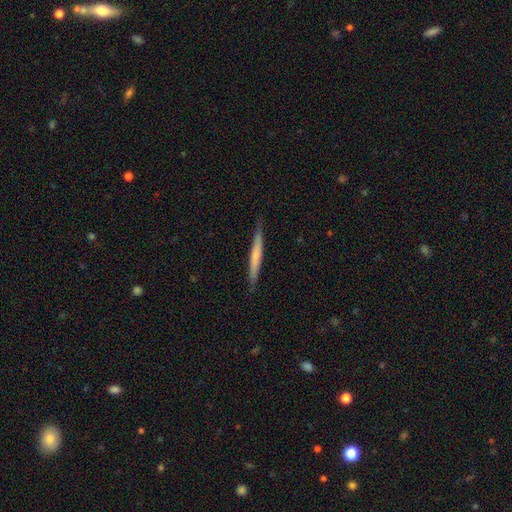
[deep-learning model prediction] This is possibly a smooth galaxy (56%). How rounded: clearly cigar-shaped (96%). Merging: clearly none (85%).